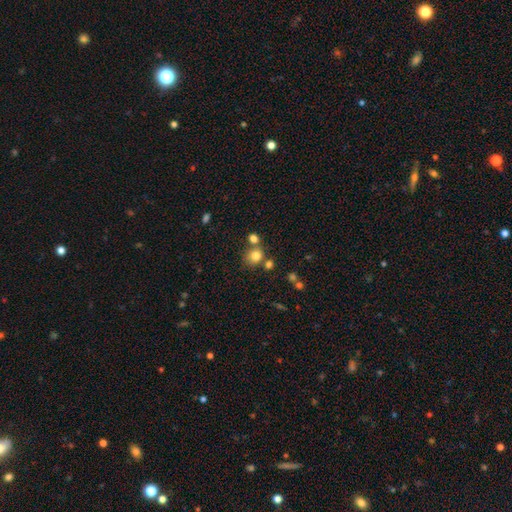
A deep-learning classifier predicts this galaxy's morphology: Overall: smooth (79%). How rounded: round (78%). Merging: none (64%).